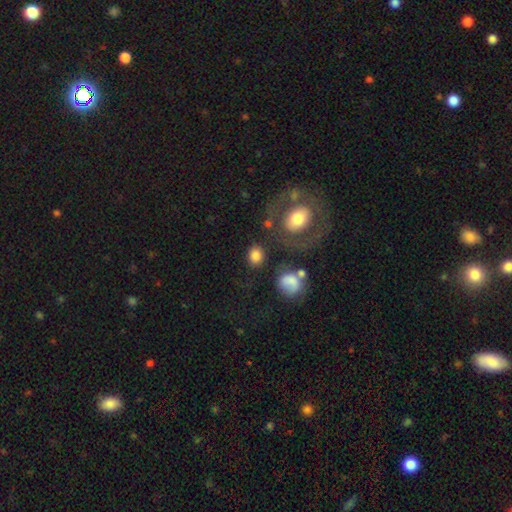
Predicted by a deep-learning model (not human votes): Smooth or featured? Predicted: smooth (p=0.82). How rounded? Predicted: round (p=0.63). Merging? Predicted: none (p=0.77).